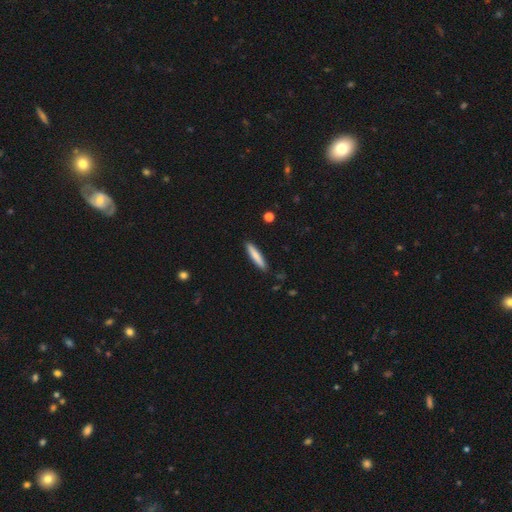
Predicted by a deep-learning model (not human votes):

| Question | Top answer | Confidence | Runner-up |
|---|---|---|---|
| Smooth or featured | smooth | 79% | featured or disk (15%) |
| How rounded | cigar-shaped | 90% | in between (9%) |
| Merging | none | 90% | minor disturbance (8%) |